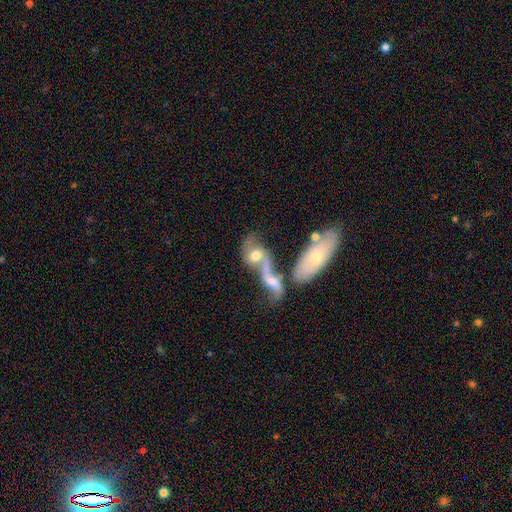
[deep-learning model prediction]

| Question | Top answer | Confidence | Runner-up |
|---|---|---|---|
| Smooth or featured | featured or disk | 46% | smooth (44%) |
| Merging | merger | 68% | none (14%) |